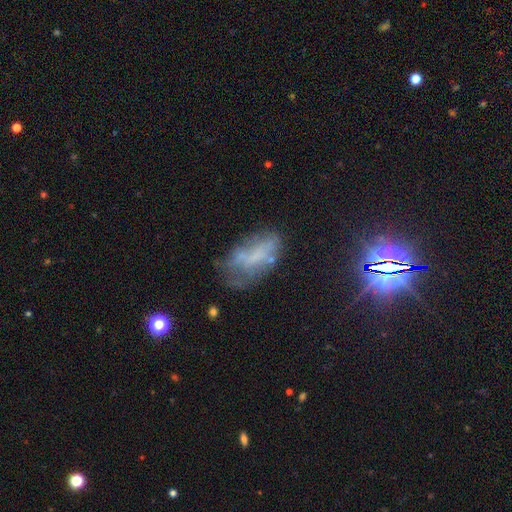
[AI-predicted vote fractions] Q: Smooth or featured?
A: featured or disk (42%); runner-up: smooth (37%)
Q: Merging?
A: none (43%); runner-up: minor disturbance (26%)